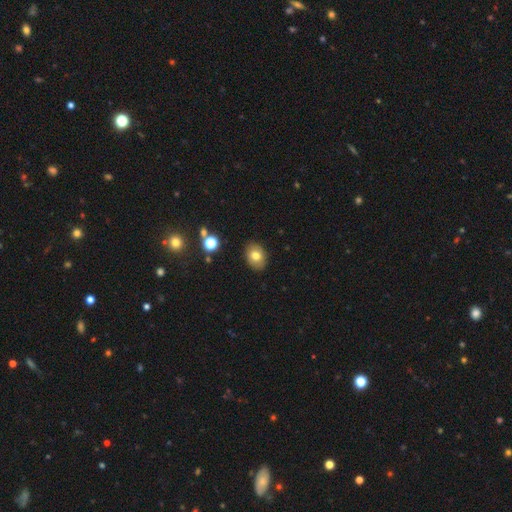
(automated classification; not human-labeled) The model was most divided on "how rounded": in between: 66%, round: 33%, cigar-shaped: 1%. More confident: merging — none (87%); smooth or featured — smooth (76%).